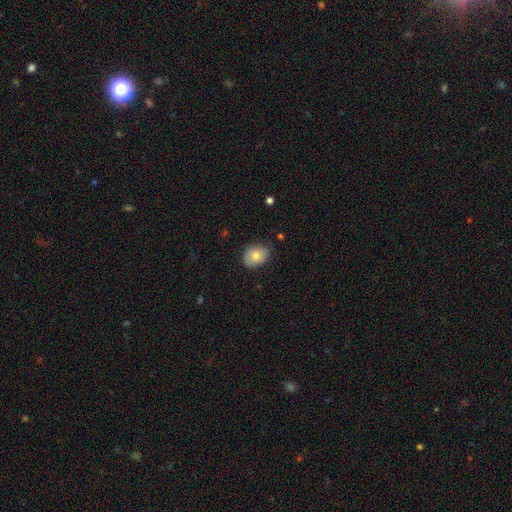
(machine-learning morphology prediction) This is likely a smooth galaxy (77%). How rounded: possibly in between (59%). Merging: likely none (73%).